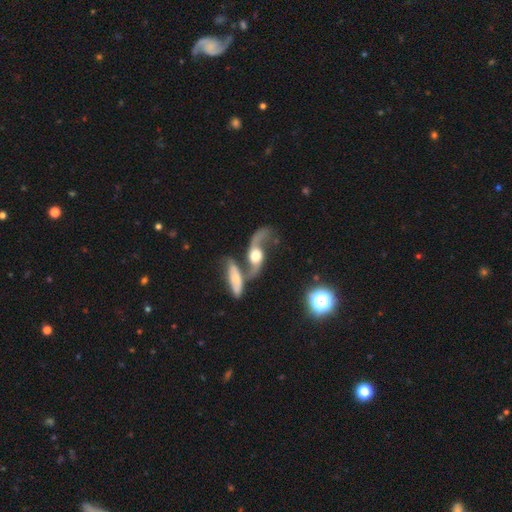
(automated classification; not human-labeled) A featured or disk galaxy (82%) with no bar (61%), 2 (89%) loose (79%) spiral arms (92%) and a moderate central bulge (52%). Merging: merger (50%).